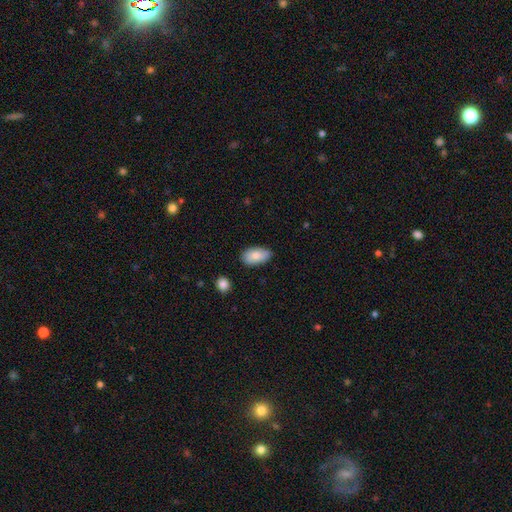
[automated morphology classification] Smooth or featured? smooth (83%)
How rounded? in between (94%)
Merging? none (76%)